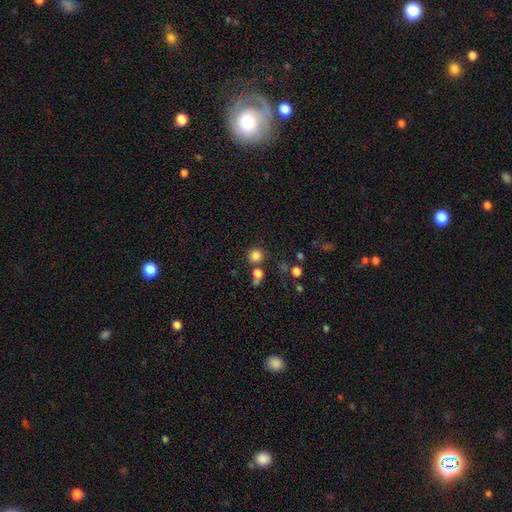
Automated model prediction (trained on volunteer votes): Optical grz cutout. It shows a smooth galaxy with no disk features (82%) that is round (92%). Merging: none (74%).